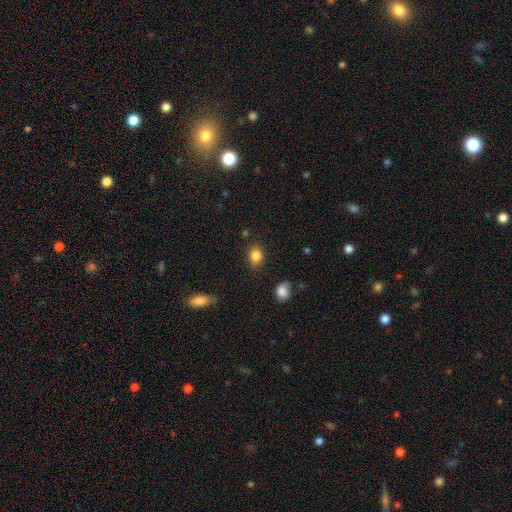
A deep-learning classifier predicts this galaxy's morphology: smooth-or-featured: smooth: 85% | star or artifact: 10% | featured or disk: 6%
  how-rounded: in between: 58% | round: 40% | cigar-shaped: 1%
  merging: none: 84% | minor disturbance: 11% | major disturbance: 3% | merger: 2%